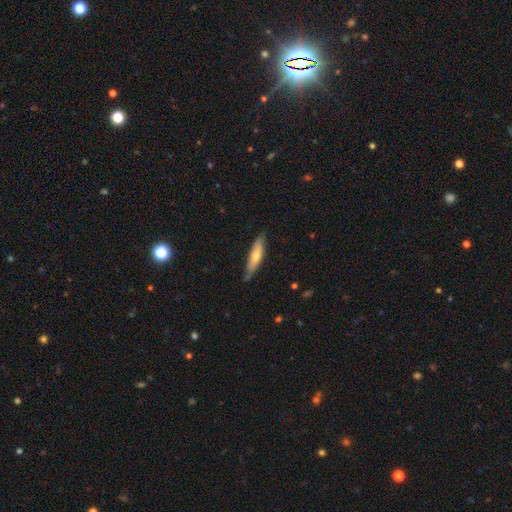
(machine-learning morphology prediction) type=smooth (58%); roundness=cigar-shaped (78%); merging=none (77%).